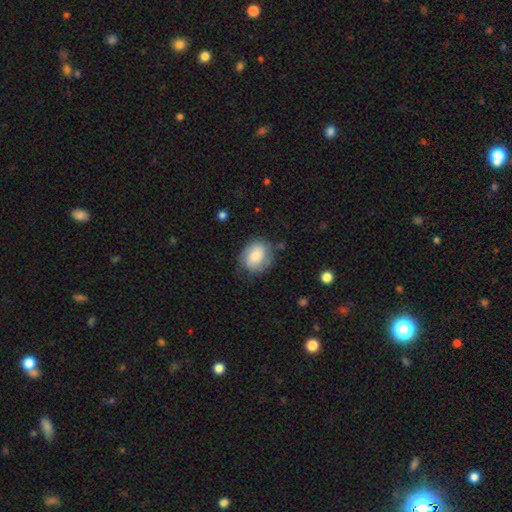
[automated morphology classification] smooth 68%, featured or disk 24%, star or artifact 8%. Down the decision tree: how rounded — round (51%); merging — none (67%).